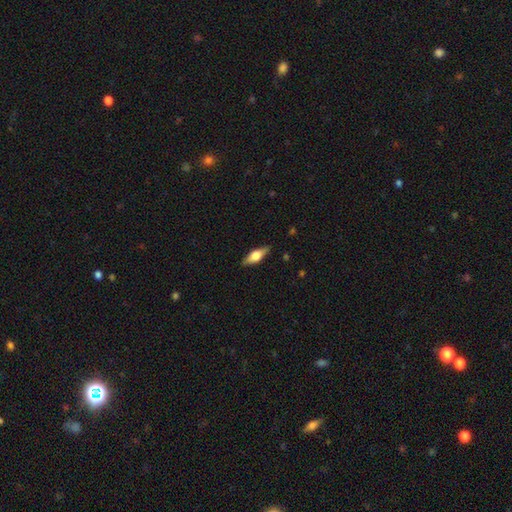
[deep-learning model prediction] This appears to be a featured or disk galaxy (48%). Merging: none (87%).